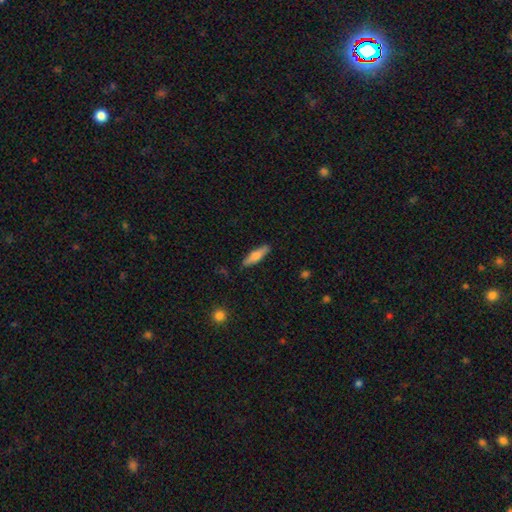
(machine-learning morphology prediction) Smooth or featured: smooth — 69% (featured or disk — 26%)
How rounded: cigar-shaped — 70% (in between — 28%)
Merging: none — 85% (minor disturbance — 12%)